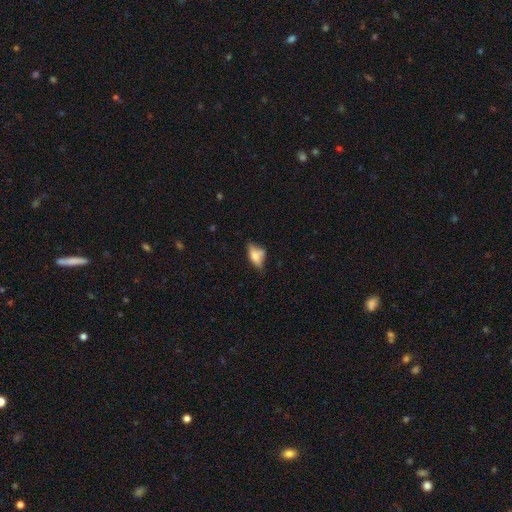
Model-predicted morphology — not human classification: Overall: smooth (61%; featured or disk 29%). How rounded: in between (81%). Merging: none (43%; minor disturbance 29%).